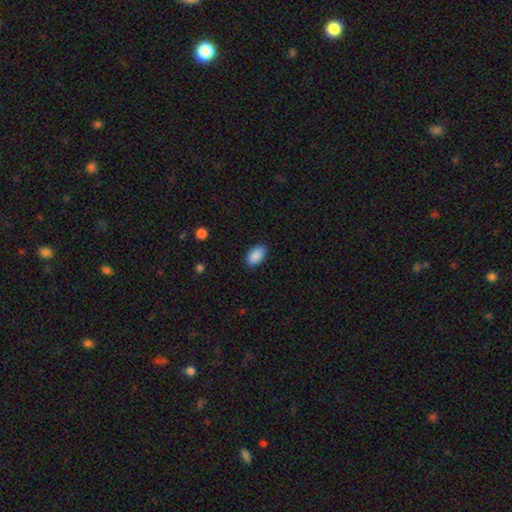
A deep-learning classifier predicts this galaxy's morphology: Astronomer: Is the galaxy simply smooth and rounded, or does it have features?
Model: smooth — 90%.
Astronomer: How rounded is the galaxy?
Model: in between — 94%.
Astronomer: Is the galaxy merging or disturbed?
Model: none — 86%.